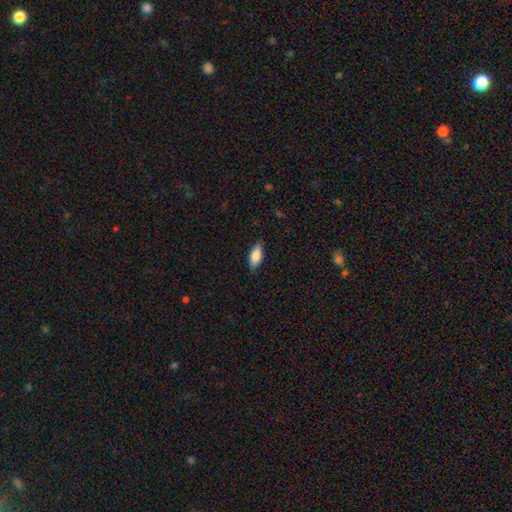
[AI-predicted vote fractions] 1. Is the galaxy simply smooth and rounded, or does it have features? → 79% smooth, 15% featured or disk, 6% star or artifact.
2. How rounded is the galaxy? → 82% in between, 15% cigar-shaped, 3% round.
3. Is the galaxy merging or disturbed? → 84% none, 13% minor disturbance, 2% major disturbance, 1% merger.